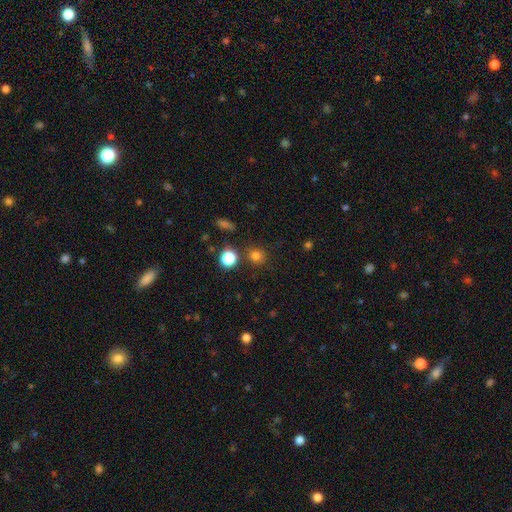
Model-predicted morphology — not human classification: smooth 77%, star or artifact 17%, featured or disk 5%. Down the decision tree: how rounded — round (89%); merging — none (83%).